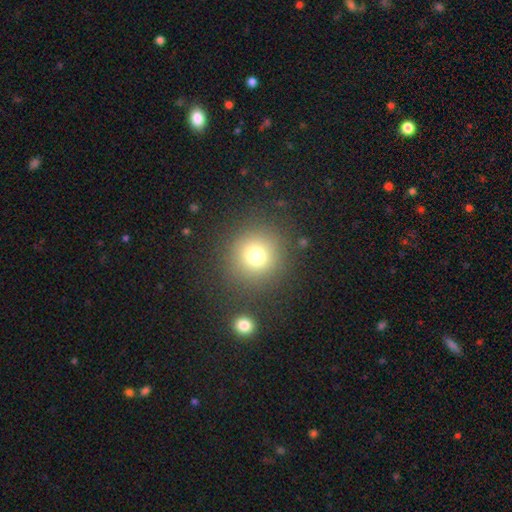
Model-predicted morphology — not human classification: A smooth galaxy with no disk features (74%) that is round (92%). Merging: none (84%).